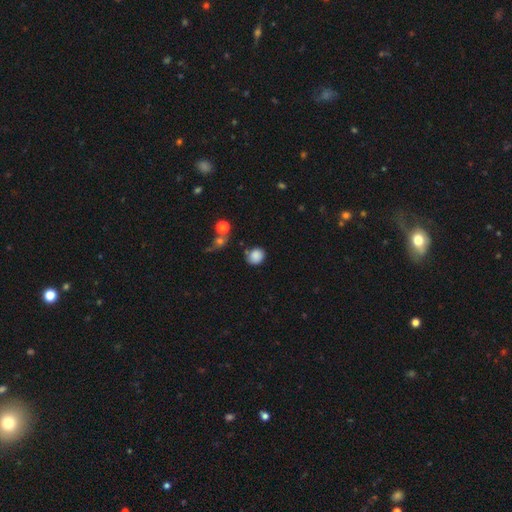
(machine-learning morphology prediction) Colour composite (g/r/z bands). It shows a smooth galaxy with no disk features (85%) that is round (71%). Merging: none (69%).